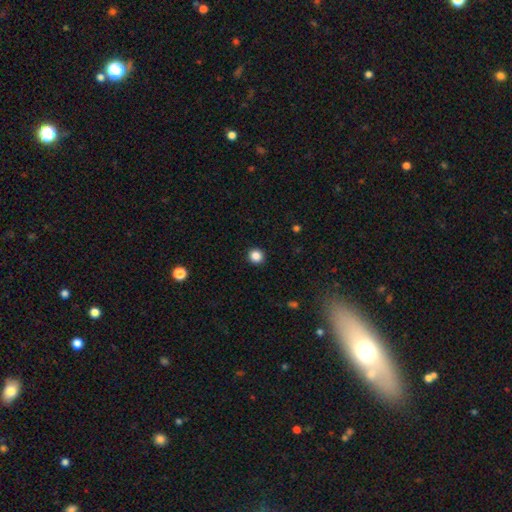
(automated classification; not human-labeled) Smooth or featured: smooth — 86% (star or artifact — 11%)
How rounded: round — 94% (in between — 5%)
Merging: none — 93% (minor disturbance — 5%)